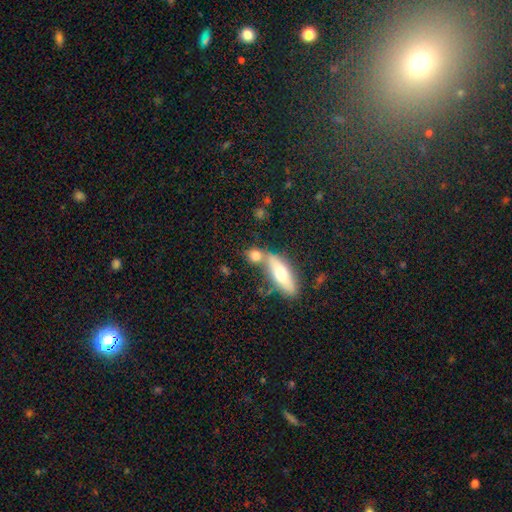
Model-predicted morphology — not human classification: Q: Smooth or featured?
A: smooth (74%); runner-up: featured or disk (16%)
Q: How rounded?
A: round (46%); runner-up: in between (39%)
Q: Merging?
A: none (52%); runner-up: merger (34%)